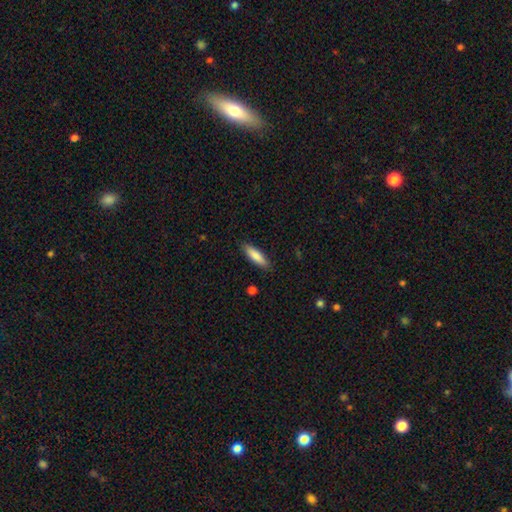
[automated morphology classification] This is clearly a smooth galaxy (84%). How rounded: possibly cigar-shaped (60%). Merging: clearly none (87%).